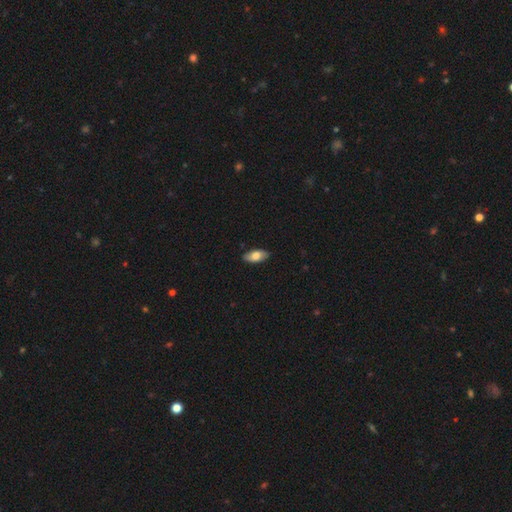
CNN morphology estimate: A smooth galaxy with no disk features (72%) that is in between round and cigar-shaped (91%).

Vote fractions:
- Smooth or featured? smooth: 72% / featured or disk: 22% / star or artifact: 6%
- How rounded? in between: 91% / cigar-shaped: 6% / round: 3%
- Merging? none: 87% / minor disturbance: 11% / major disturbance: 2% / merger: 1%